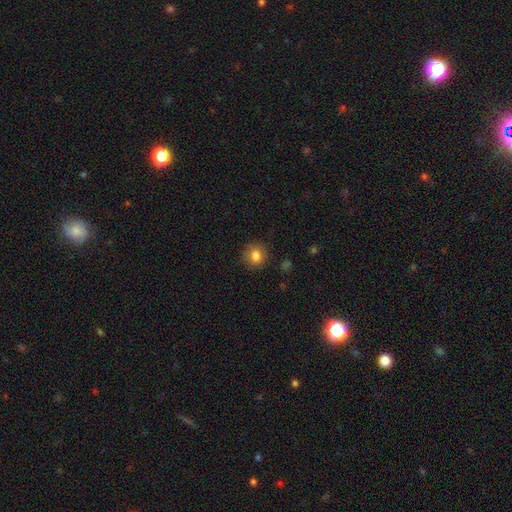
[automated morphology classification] Smooth or featured? smooth (82%)
How rounded? round (84%)
Merging? none (86%)